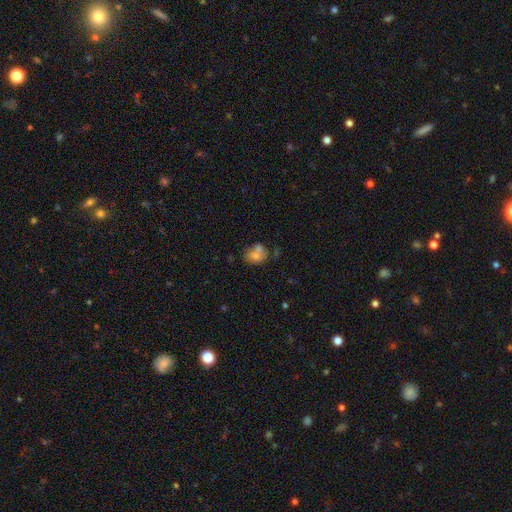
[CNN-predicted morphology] smooth 62%, featured or disk 26%, star or artifact 11%. Down the decision tree: how rounded — in between (52%); merging — none (36%).